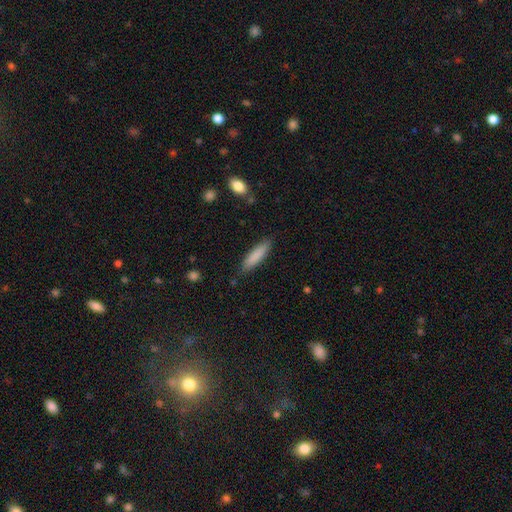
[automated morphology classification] A smooth galaxy with no disk features (84%) that is cigar-shaped (76%). Merging: none (85%).